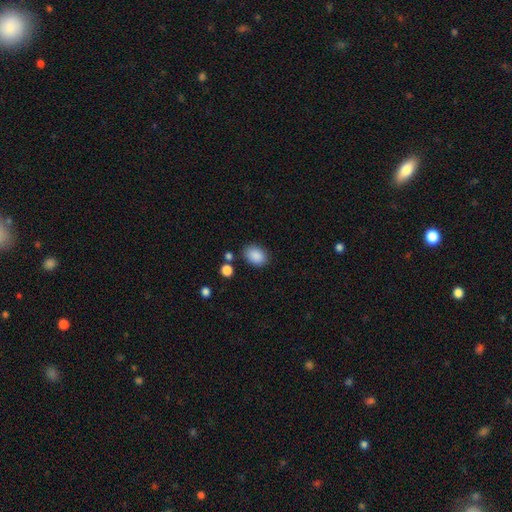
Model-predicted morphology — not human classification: Smooth or featured? Predicted: smooth (p=0.88). How rounded? Predicted: in between (p=0.74). Merging? Predicted: none (p=0.81).